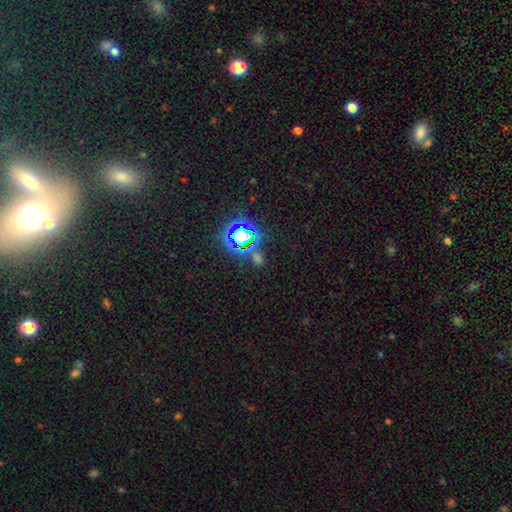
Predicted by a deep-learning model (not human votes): This is likely a star or artifact rather than a galaxy (70%).